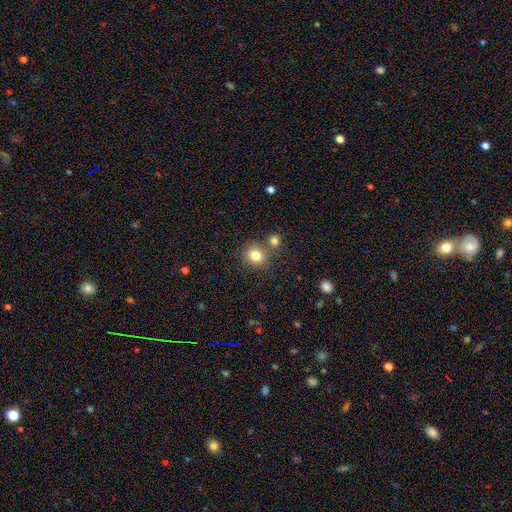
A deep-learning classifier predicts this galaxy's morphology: Smooth or featured: smooth — 81% (star or artifact — 12%)
How rounded: round — 81% (in between — 18%)
Merging: none — 69% (merger — 18%)